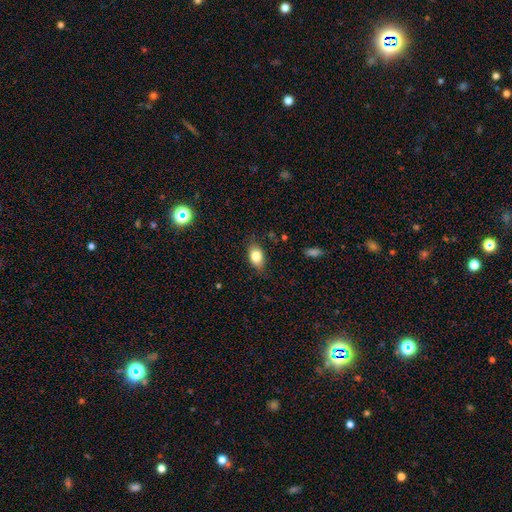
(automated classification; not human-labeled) Smooth or featured? smooth (81%)
How rounded? in between (86%)
Merging? none (80%)